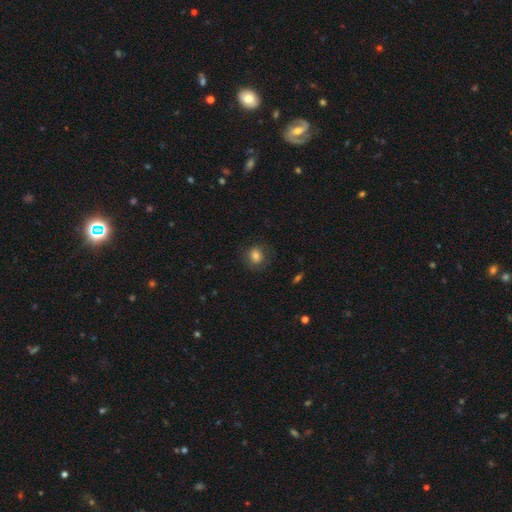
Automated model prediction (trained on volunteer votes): Q: Smooth or featured?
A: smooth (78%); runner-up: featured or disk (12%)
Q: How rounded?
A: round (75%); runner-up: in between (24%)
Q: Merging?
A: none (78%); runner-up: minor disturbance (15%)